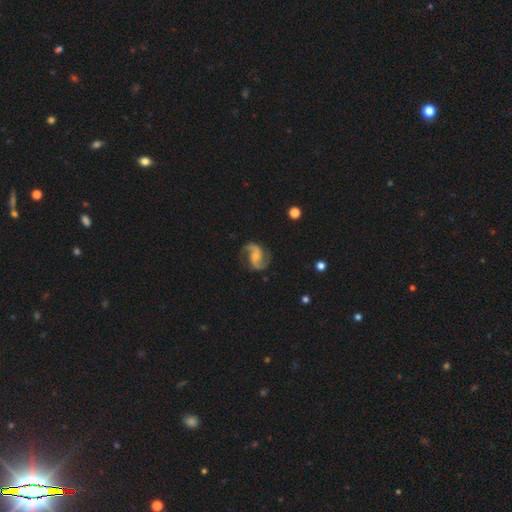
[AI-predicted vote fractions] Morphology: type=featured or disk (90%); edge-on=no (98%); bar=no (48%); spiral arms=yes (98%); winding=loose (46%); arm count=2 (93%); bulge=small (54%); merging=none (78%).